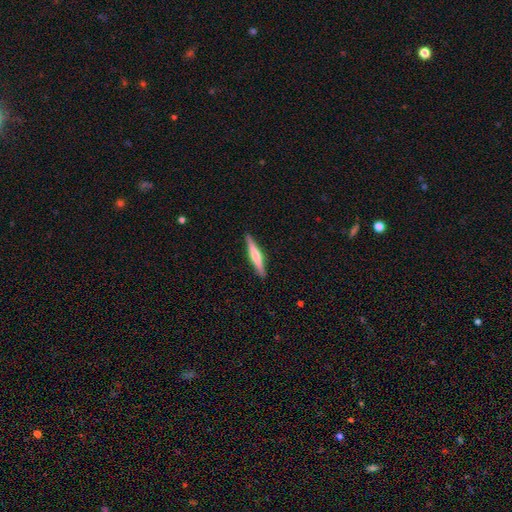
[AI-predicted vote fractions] A featured or disk galaxy (49%). Merging: none (91%).